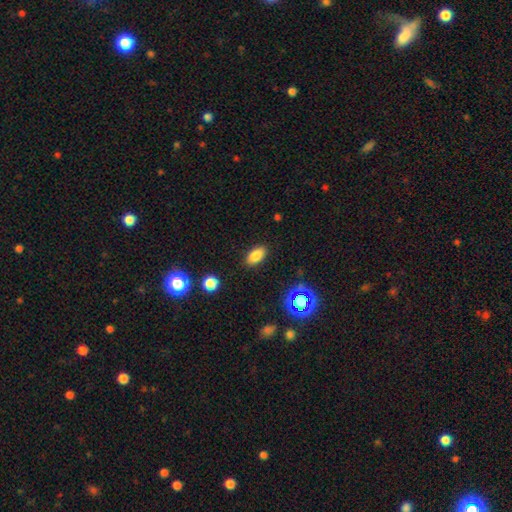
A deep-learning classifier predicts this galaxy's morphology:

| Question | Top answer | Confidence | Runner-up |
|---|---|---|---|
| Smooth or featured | smooth | 82% | star or artifact (12%) |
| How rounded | in between | 90% | cigar-shaped (5%) |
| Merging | none | 87% | minor disturbance (9%) |